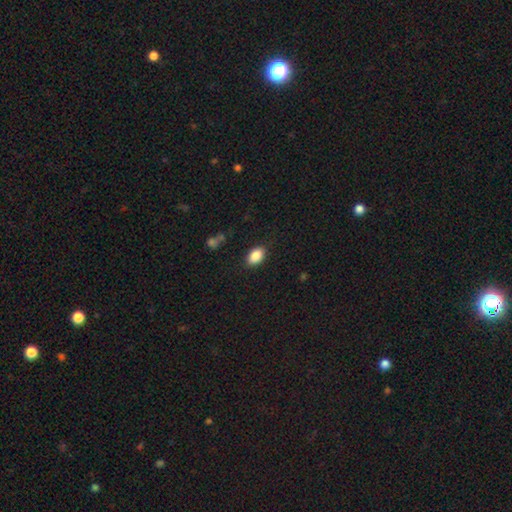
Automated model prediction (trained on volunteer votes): Smooth or featured? smooth (88%)
How rounded? in between (89%)
Merging? none (85%)